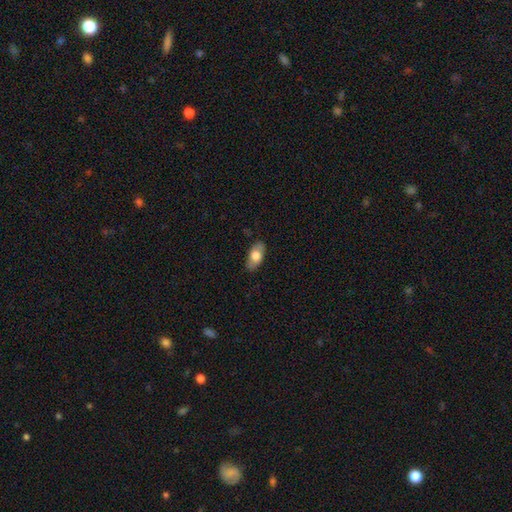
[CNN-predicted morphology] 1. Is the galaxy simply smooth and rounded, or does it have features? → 72% smooth, 22% featured or disk, 6% star or artifact.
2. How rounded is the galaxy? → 90% in between, 6% cigar-shaped, 4% round.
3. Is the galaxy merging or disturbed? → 82% none, 14% minor disturbance, 3% major disturbance, 1% merger.